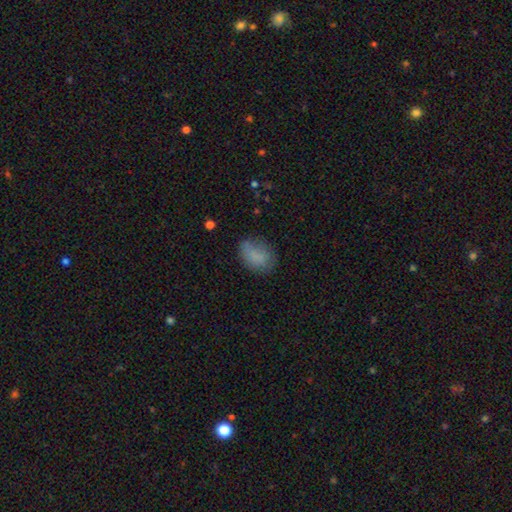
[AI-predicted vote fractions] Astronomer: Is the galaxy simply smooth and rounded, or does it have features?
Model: smooth — 80%.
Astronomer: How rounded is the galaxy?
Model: in between — 75%.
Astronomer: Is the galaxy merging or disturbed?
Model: none — 60%.